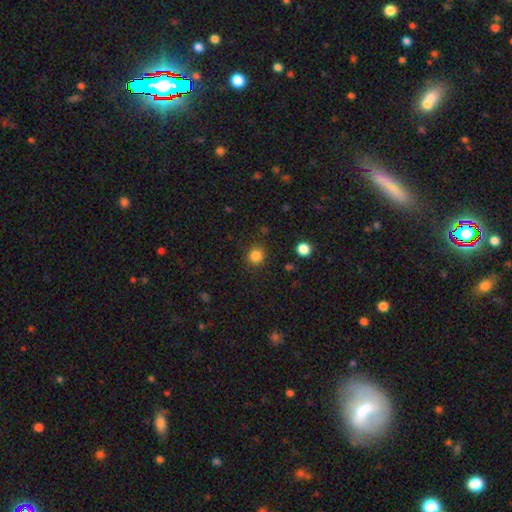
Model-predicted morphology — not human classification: A smooth galaxy with no disk features (84%) that is round (90%).

Vote fractions:
- Smooth or featured? smooth: 84% / star or artifact: 12% / featured or disk: 4%
- How rounded? round: 90% / in between: 9% / cigar-shaped: 1%
- Merging? none: 89% / minor disturbance: 7% / major disturbance: 3% / merger: 1%